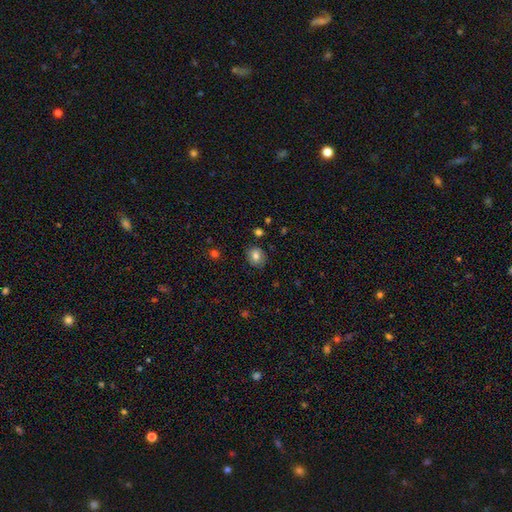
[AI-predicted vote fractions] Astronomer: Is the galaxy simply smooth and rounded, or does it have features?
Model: smooth — 77%.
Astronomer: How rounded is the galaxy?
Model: round — 73%.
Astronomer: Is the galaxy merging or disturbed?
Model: none — 83%.